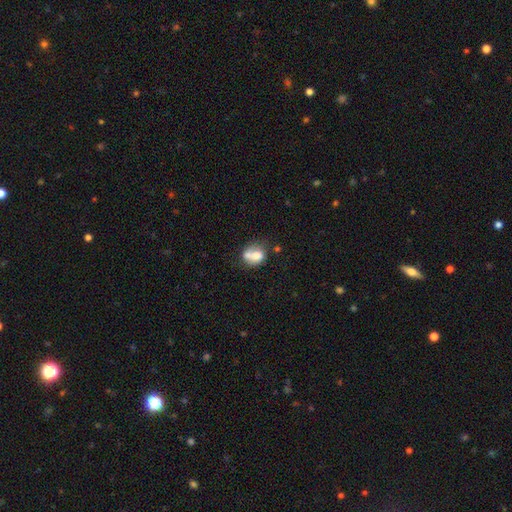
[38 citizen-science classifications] This appears to be a smooth galaxy with no disk features (84%) that is round (59%). Merging: merger (59%).